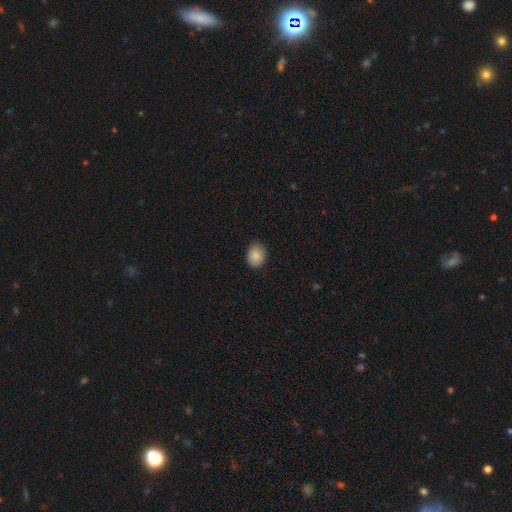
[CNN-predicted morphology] smooth-or-featured: smooth: 87% | star or artifact: 8% | featured or disk: 4%
  how-rounded: round: 52% | in between: 47% | cigar-shaped: 1%
  merging: none: 87% | minor disturbance: 10% | major disturbance: 2% | merger: 1%